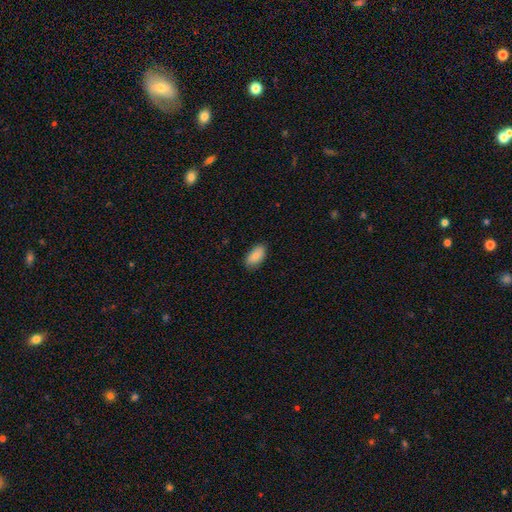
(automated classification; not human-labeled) Smooth or featured: smooth — 86% (featured or disk — 8%)
How rounded: in between — 94% (round — 3%)
Merging: none — 85% (minor disturbance — 12%)